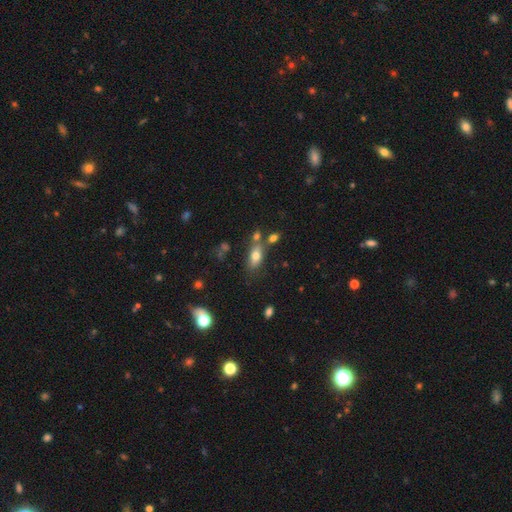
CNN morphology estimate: This is likely a smooth galaxy (74%). How rounded: clearly in between (83%). Merging: possibly none (58%).